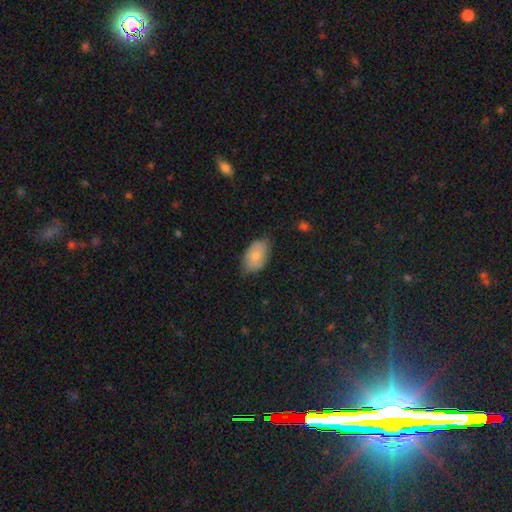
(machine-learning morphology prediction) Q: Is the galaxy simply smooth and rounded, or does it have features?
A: smooth — 73%.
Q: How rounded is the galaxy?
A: in between — 91%.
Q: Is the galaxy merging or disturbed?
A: none — 65%.